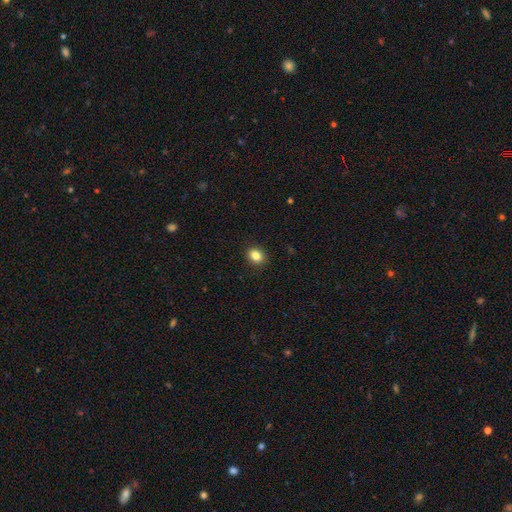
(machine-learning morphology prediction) A smooth galaxy with no disk features (85%) that is round (55%).

Vote fractions:
- Smooth or featured? smooth: 85% / star or artifact: 10% / featured or disk: 5%
- How rounded? round: 55% / in between: 44% / cigar-shaped: 1%
- Merging? none: 91% / minor disturbance: 6% / major disturbance: 2% / merger: 1%